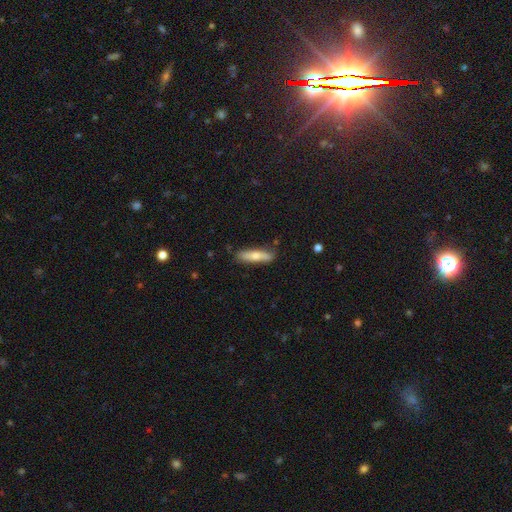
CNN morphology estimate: smooth-or-featured: smooth: 63% | featured or disk: 32% | star or artifact: 6%
  how-rounded: cigar-shaped: 76% | in between: 22% | round: 2%
  merging: none: 83% | minor disturbance: 13% | major disturbance: 2% | merger: 2%